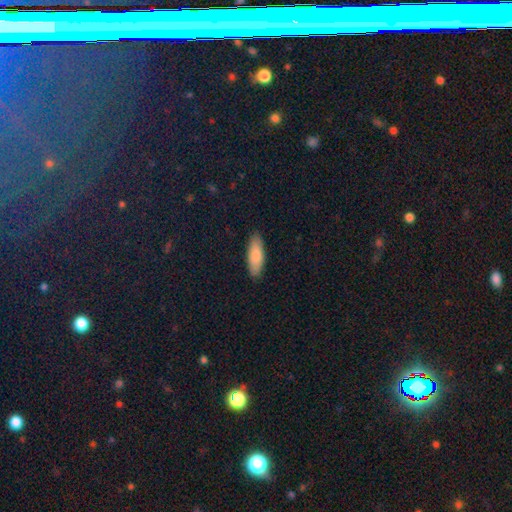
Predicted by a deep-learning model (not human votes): Smooth or featured? Predicted: smooth (p=0.84). How rounded? Predicted: in between (p=0.64). Merging? Predicted: none (p=0.89).